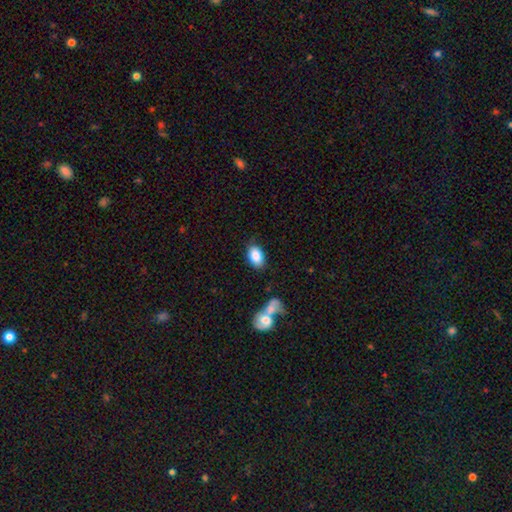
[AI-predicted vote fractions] This appears to be a smooth galaxy with no disk features (85%) that is in between round and cigar-shaped (91%). Merging: none (76%).